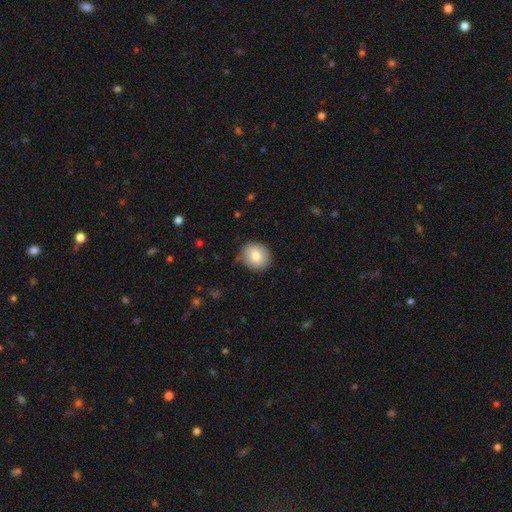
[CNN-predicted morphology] Smooth or featured? Predicted: smooth (p=0.80). How rounded? Predicted: round (p=0.80). Merging? Predicted: none (p=0.85).